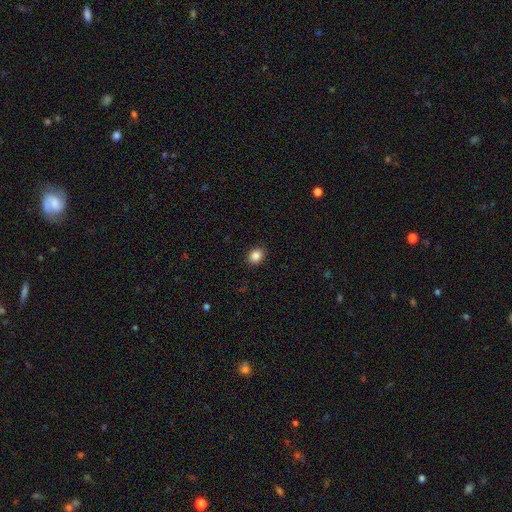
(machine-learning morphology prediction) Overall: smooth (86%). How rounded: in between (53%; round 46%). Merging: none (90%).